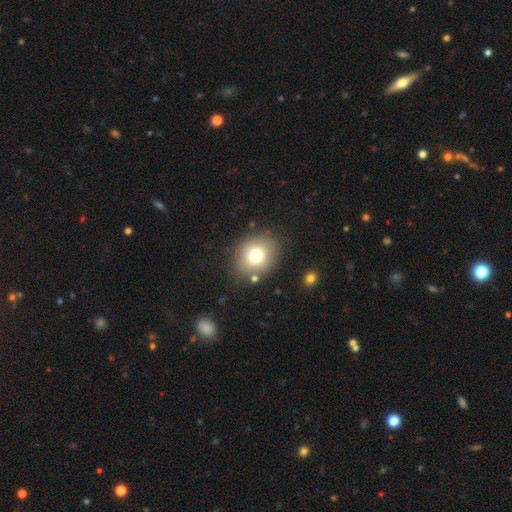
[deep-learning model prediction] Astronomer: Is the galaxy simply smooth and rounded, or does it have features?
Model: smooth — 75%.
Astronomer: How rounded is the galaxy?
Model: round — 67%.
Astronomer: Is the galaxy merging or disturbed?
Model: none — 83%.